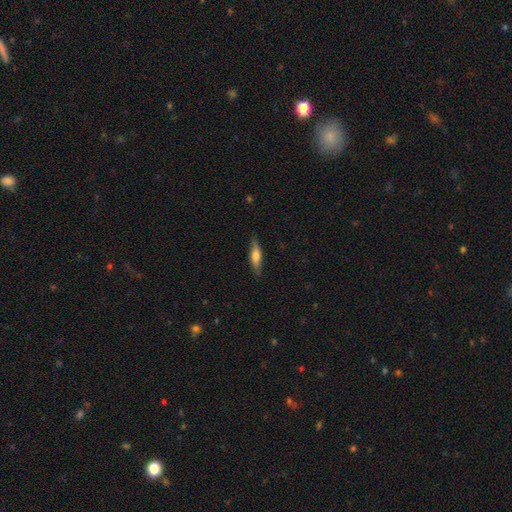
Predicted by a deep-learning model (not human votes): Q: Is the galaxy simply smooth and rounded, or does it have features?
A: smooth — 60%.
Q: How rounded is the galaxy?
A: cigar-shaped — 68%.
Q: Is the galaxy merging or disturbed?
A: none — 81%.